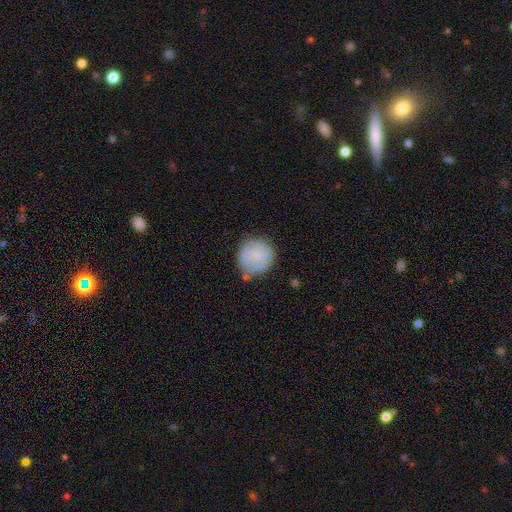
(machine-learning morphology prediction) Overall: smooth (70%). How rounded: round (91%). Merging: none (69%).